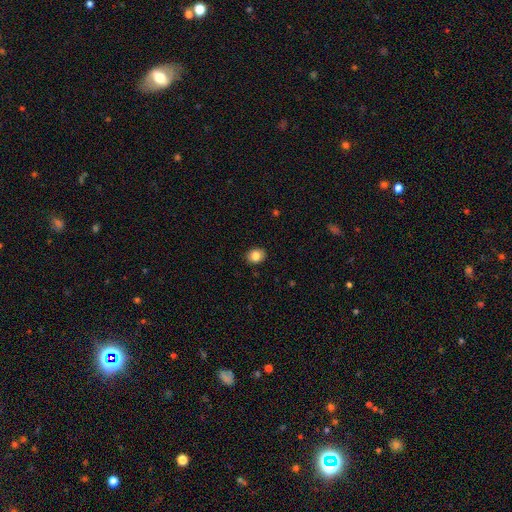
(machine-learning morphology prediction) Q: Smooth or featured?
A: smooth (84%); runner-up: star or artifact (9%)
Q: How rounded?
A: round (57%); runner-up: in between (42%)
Q: Merging?
A: none (89%); runner-up: minor disturbance (8%)